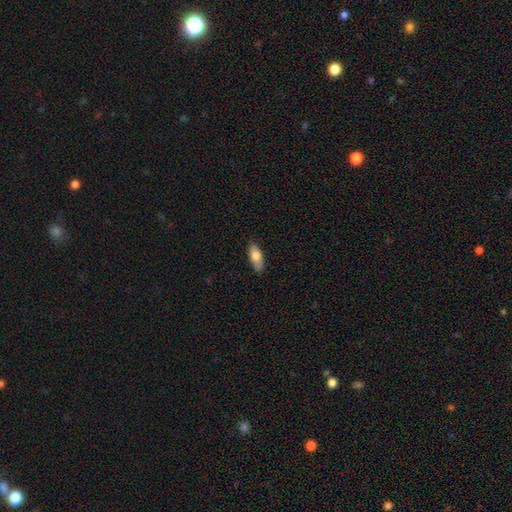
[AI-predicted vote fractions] Smooth or featured: smooth — 75% (featured or disk — 19%)
How rounded: in between — 81% (cigar-shaped — 16%)
Merging: none — 81% (minor disturbance — 16%)